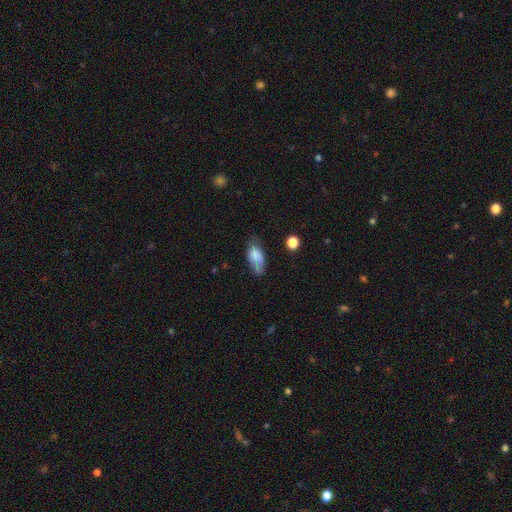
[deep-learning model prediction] This is likely a smooth galaxy (75%). How rounded: clearly in between (87%). Merging: possibly none (48%).